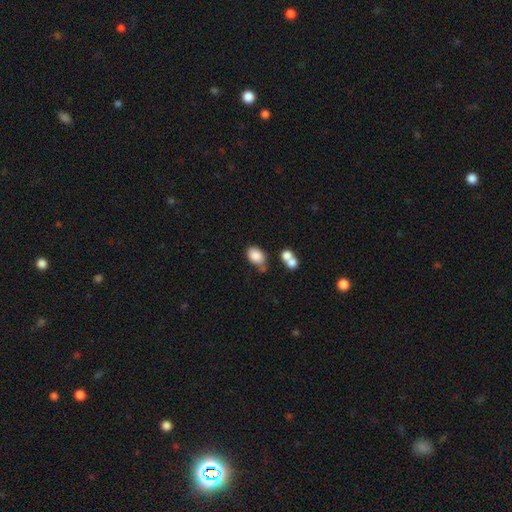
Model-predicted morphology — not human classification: Overall: smooth (84%). How rounded: in between (83%). Merging: none (56%; merger 20%).